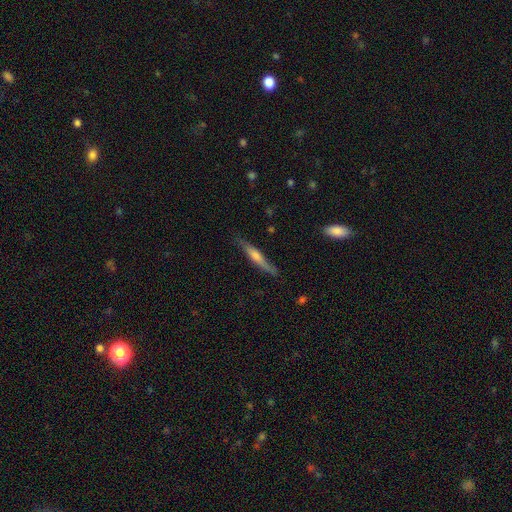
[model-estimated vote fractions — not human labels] Smooth or featured: featured or disk — 64% (smooth — 29%)
Edge-on disk: yes — 95% (no — 5%)
Edge-on bulge: rounded — 71% (none — 16%)
Merging: none — 82% (minor disturbance — 14%)